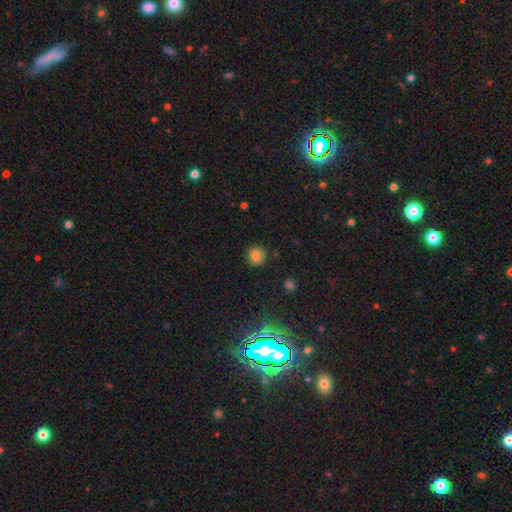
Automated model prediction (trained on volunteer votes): Smooth or featured? smooth (81%)
How rounded? round (92%)
Merging? none (88%)